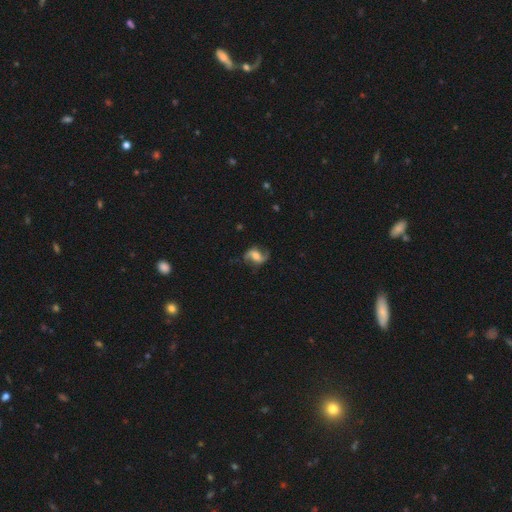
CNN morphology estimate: smooth_or_featured: featured or disk (p=0.77) [alt: smooth p=0.15]
disk_edge_on: no (p=0.96) [alt: yes p=0.04]
bar: weak (p=0.42) [alt: no p=0.33]
has_spiral_arms: yes (p=0.94) [alt: no p=0.06]
spiral_winding: loose (p=0.64) [alt: medium p=0.28]
spiral_arm_count: 2 (p=0.91) [alt: can't tell p=0.03]
bulge_size: moderate (p=0.56) [alt: small p=0.26]
merging: none (p=0.75) [alt: minor disturbance p=0.16]